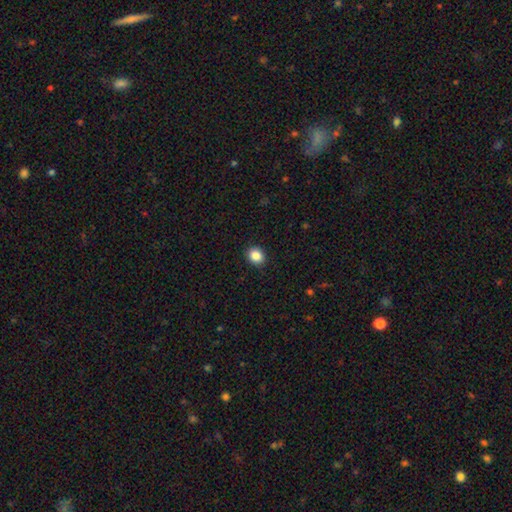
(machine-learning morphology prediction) Overall: smooth (87%). How rounded: round (69%; in between 30%). Merging: none (91%).